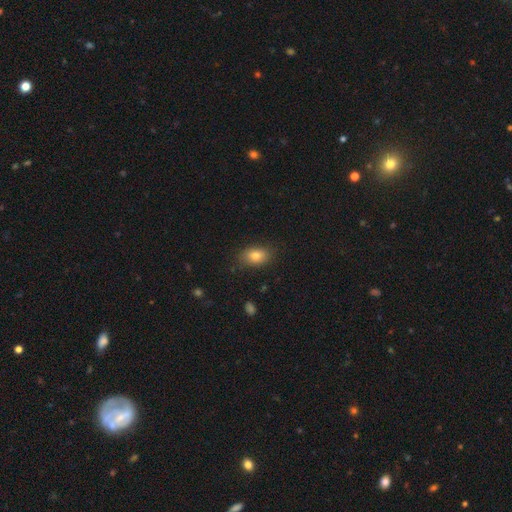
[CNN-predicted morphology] smooth 80%, featured or disk 11%, star or artifact 9%. Down the decision tree: how rounded — in between (83%); merging — none (82%).